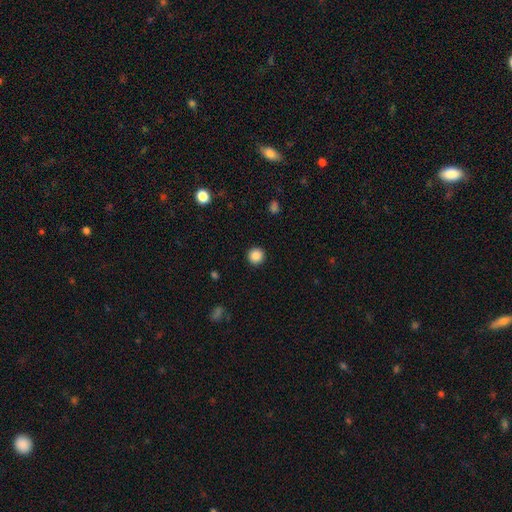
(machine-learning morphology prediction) Smooth or featured?
  - smooth: 87% *
  - star or artifact: 10%
  - featured or disk: 3%
How rounded?
  - round: 95% *
  - in between: 4%
  - cigar-shaped: 1%
Merging?
  - none: 92% *
  - minor disturbance: 5%
  - major disturbance: 2%
  - merger: 1%